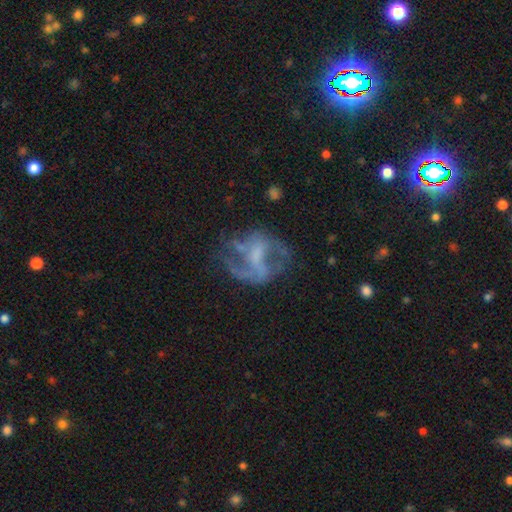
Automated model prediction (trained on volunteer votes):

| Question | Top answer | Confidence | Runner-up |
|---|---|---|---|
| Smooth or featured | featured or disk | 71% | smooth (17%) |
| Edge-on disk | no | 97% | yes (3%) |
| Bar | no | 42% | weak (39%) |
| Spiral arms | yes | 66% | no (34%) |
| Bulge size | none | 43% | small (28%) |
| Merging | none | 49% | major disturbance (28%) |